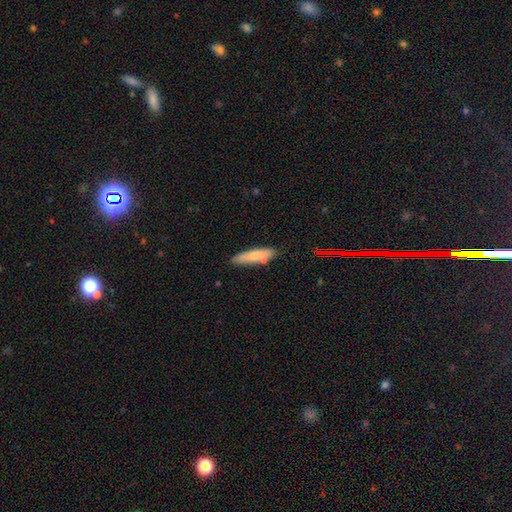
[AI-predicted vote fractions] Morphology: type=smooth (70%); roundness=cigar-shaped (70%); merging=none (78%).